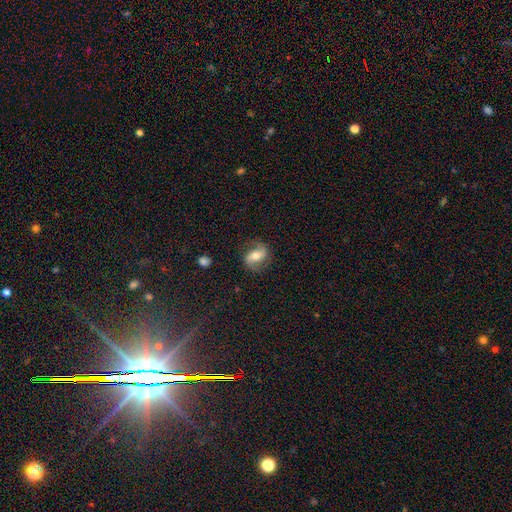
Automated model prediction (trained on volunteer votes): A featured or disk galaxy (59%) with a strong bar (36%), spiral arms (84%) and a moderate central bulge (68%).

Vote fractions:
- Smooth or featured? featured or disk: 59% / smooth: 33% / star or artifact: 8%
- Edge-on disk? no: 94% / yes: 6%
- Bar? strong: 36% / weak: 33% / no: 31%
- Spiral arms? yes: 84% / no: 16%
- Bulge size? moderate: 68% / small: 20% / large: 9% / dominant: 1% / none: 1%
- Merging? none: 77% / minor disturbance: 15% / major disturbance: 7% / merger: 1%